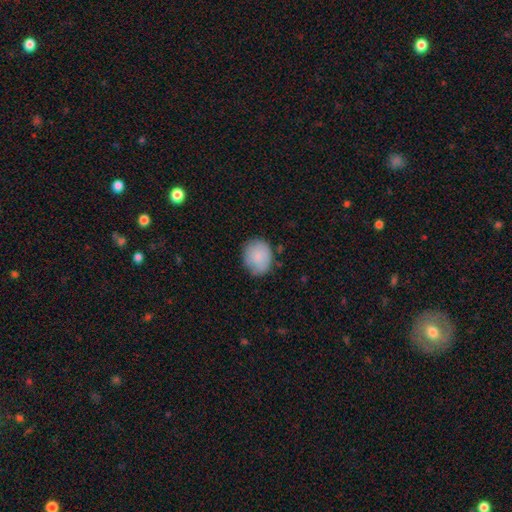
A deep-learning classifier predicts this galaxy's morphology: smooth 84%, featured or disk 9%, star or artifact 7%. Down the decision tree: how rounded — round (59%); merging — none (74%).